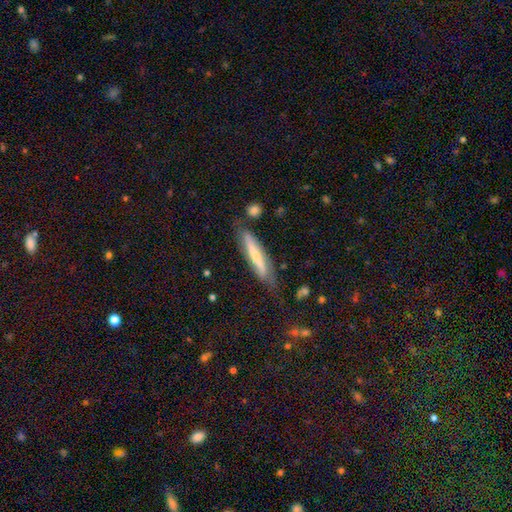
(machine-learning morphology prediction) Overall: featured or disk (53%; smooth 41%). Edge-on disk: yes (67%; no 33%). Merging: none (69%).